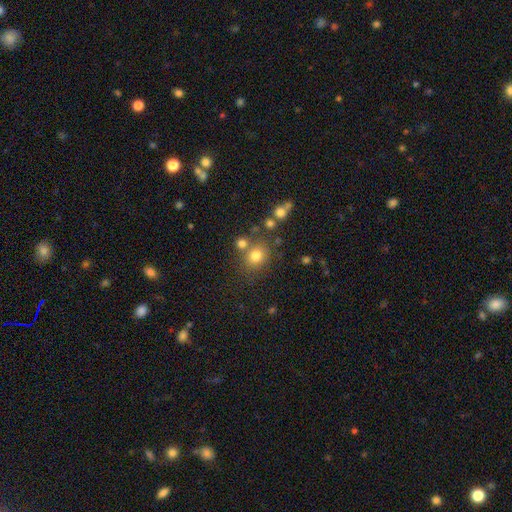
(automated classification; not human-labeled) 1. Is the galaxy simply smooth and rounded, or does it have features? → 76% smooth, 15% star or artifact, 9% featured or disk.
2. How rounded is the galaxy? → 76% round, 23% in between, 1% cigar-shaped.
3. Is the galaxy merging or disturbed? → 68% none, 16% merger, 11% minor disturbance, 5% major disturbance.